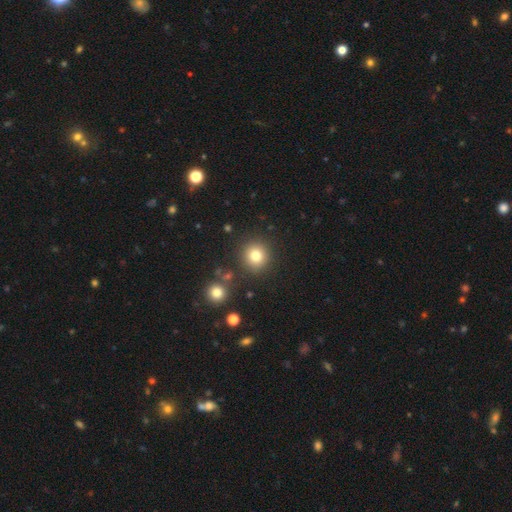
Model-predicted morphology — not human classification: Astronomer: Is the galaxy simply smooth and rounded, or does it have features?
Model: smooth — 79%.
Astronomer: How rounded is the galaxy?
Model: round — 93%.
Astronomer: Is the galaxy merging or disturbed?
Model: none — 87%.